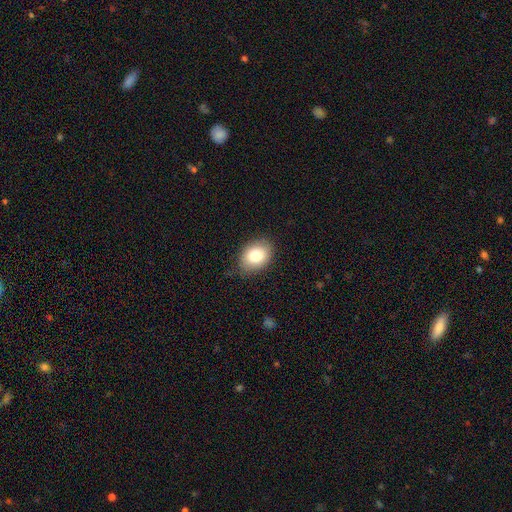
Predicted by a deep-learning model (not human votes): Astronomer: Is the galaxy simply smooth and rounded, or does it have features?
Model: smooth — 83%.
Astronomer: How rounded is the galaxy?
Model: in between — 74%.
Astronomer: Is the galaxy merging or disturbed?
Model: none — 78%.